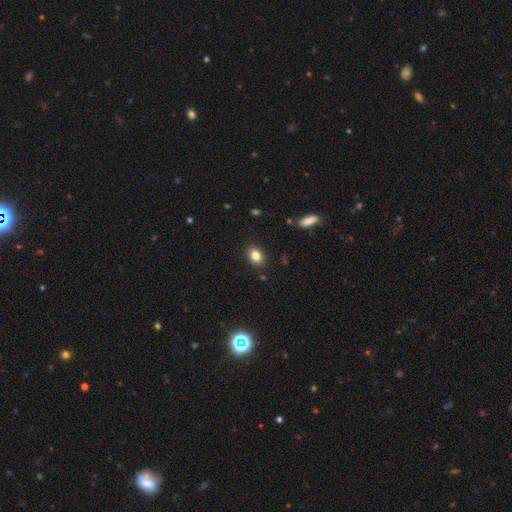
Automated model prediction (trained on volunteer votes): Smooth or featured? Predicted: smooth (p=0.83). How rounded? Predicted: in between (p=0.67). Merging? Predicted: none (p=0.88).